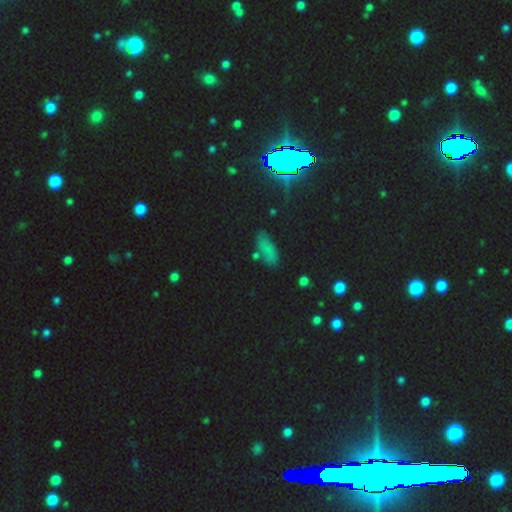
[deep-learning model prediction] Smooth or featured? Predicted: smooth (p=0.51). How rounded? Predicted: in between (p=0.63). Merging? Predicted: none (p=0.71).